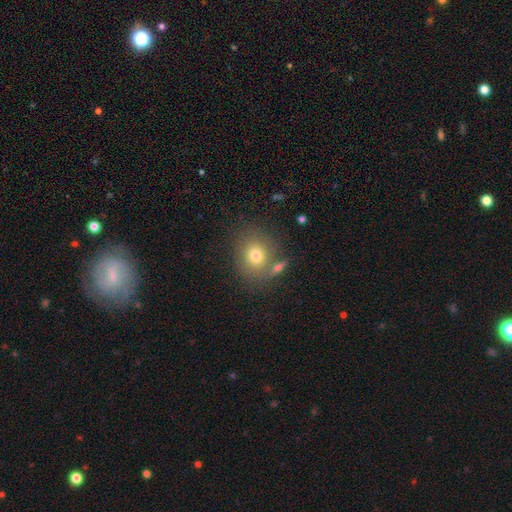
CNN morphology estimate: Smooth or featured? smooth (74%)
How rounded? round (72%)
Merging? none (67%)